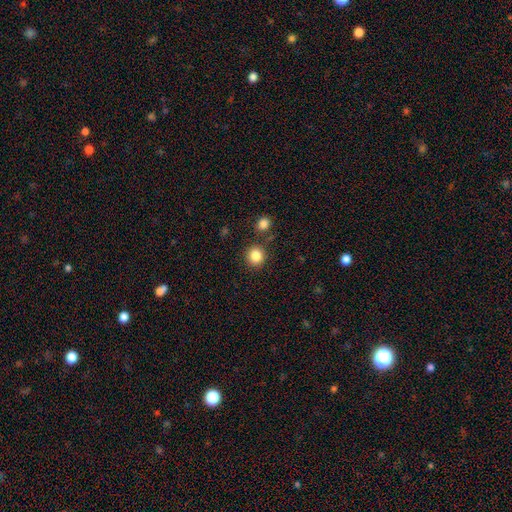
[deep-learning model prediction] smooth 85%, star or artifact 10%, featured or disk 5%. Down the decision tree: how rounded — round (89%); merging — none (82%).